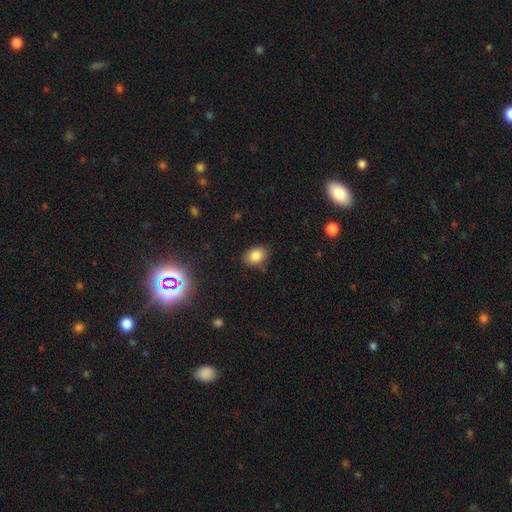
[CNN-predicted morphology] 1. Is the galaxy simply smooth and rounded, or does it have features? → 84% smooth, 10% star or artifact, 6% featured or disk.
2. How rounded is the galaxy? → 72% in between, 27% round, 1% cigar-shaped.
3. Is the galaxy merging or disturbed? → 79% none, 16% minor disturbance, 3% major disturbance, 2% merger.